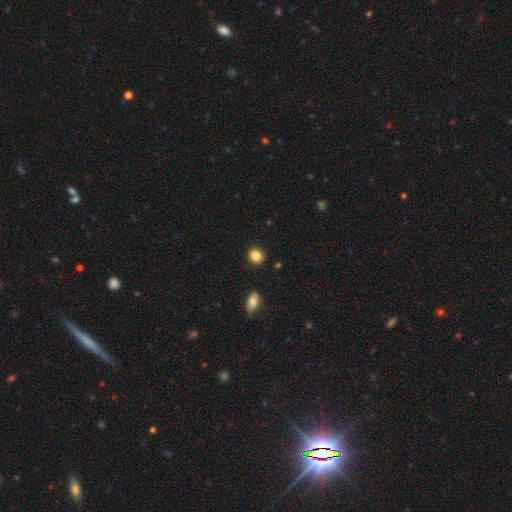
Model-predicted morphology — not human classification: This is clearly a smooth galaxy (85%). How rounded: clearly round (82%). Merging: clearly none (90%).